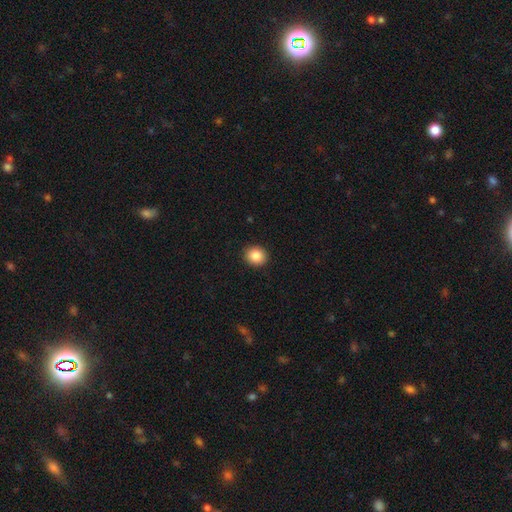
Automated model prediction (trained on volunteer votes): This appears to be a smooth galaxy with no disk features (87%) that is round (80%). Merging: none (92%).